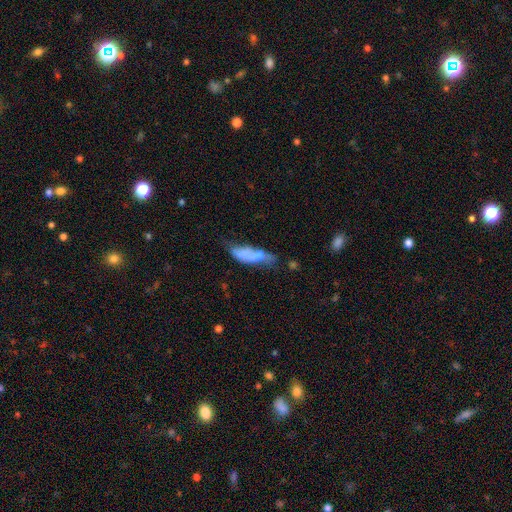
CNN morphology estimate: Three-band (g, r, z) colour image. It shows a smooth galaxy with no disk features (59%) that is in between round and cigar-shaped (57%). Merging: none (27%).